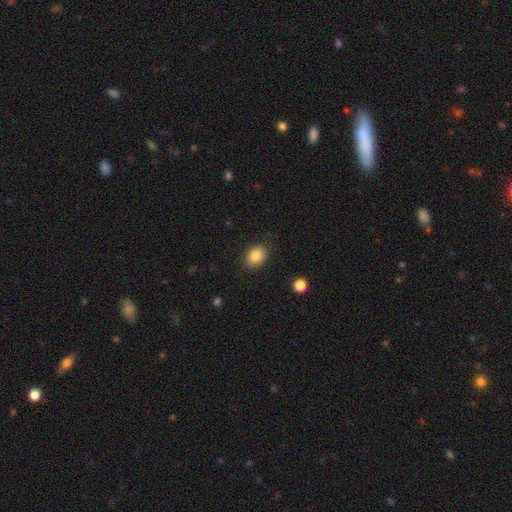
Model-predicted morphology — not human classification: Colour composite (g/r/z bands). It shows a smooth galaxy with no disk features (85%) that is in between round and cigar-shaped (73%). Merging: none (86%).